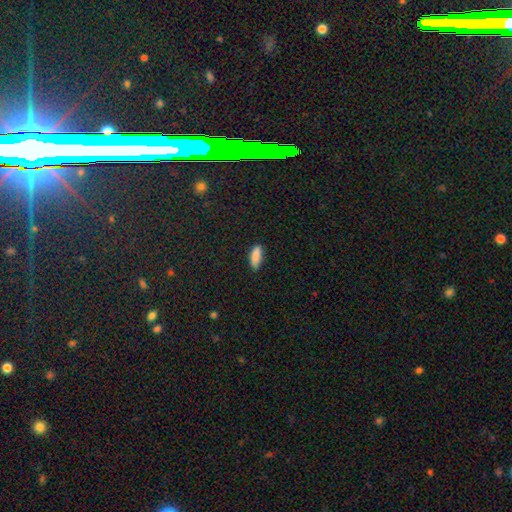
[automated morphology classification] Smooth or featured?
  - smooth: 89% *
  - star or artifact: 7%
  - featured or disk: 4%
How rounded?
  - in between: 72% *
  - cigar-shaped: 26%
  - round: 2%
Merging?
  - none: 84% *
  - minor disturbance: 12%
  - major disturbance: 2%
  - merger: 1%